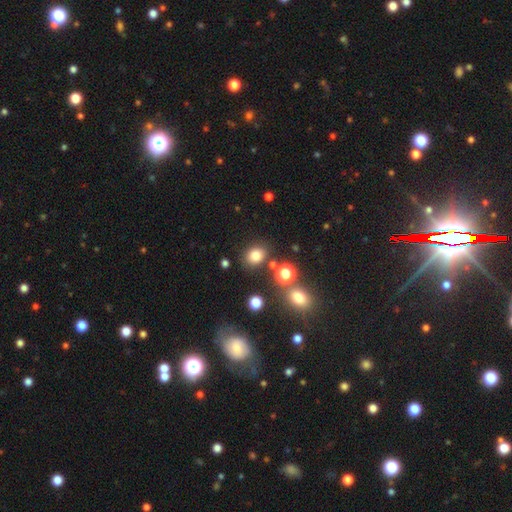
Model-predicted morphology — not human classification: Overall: smooth (79%). How rounded: round (53%; in between 46%). Merging: none (79%).